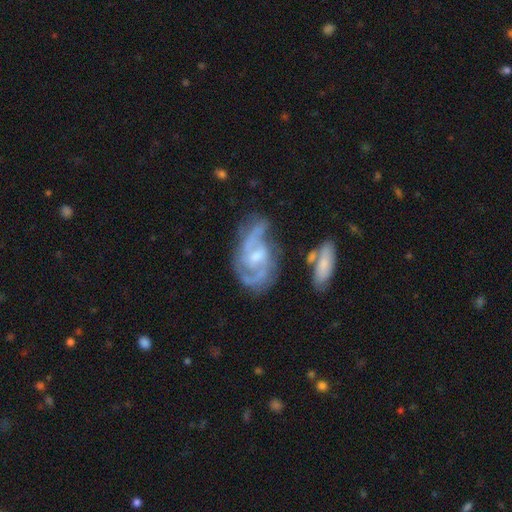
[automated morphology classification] featured or disk 87%, smooth 8%, star or artifact 5%. Down the decision tree: edge-on disk — no (96%); bar — weak (49%); spiral arms — yes (95%); spiral arm count — 2 (66%); spiral winding — medium (51%); bulge size — moderate (46%); merging — none (53%).